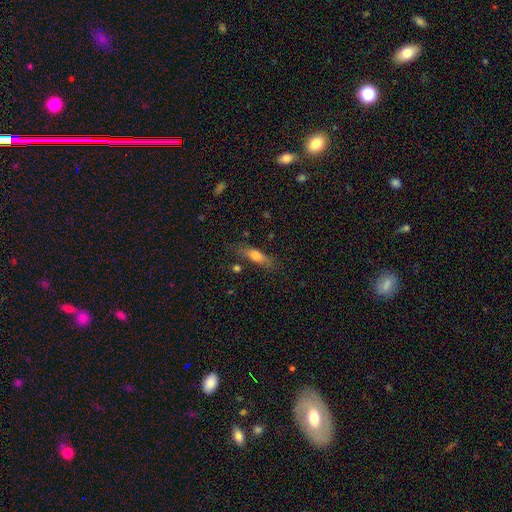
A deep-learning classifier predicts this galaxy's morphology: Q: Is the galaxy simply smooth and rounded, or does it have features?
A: smooth — 66%.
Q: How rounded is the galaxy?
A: cigar-shaped — 55%.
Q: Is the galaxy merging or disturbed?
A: none — 72%.